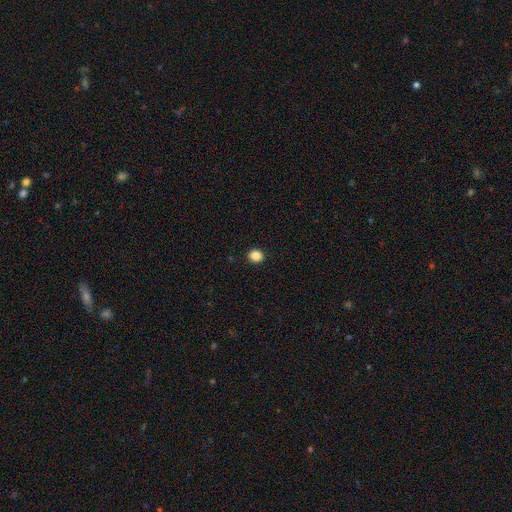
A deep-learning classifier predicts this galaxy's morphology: A smooth galaxy with no disk features (87%) that is round (80%). Merging: none (93%).